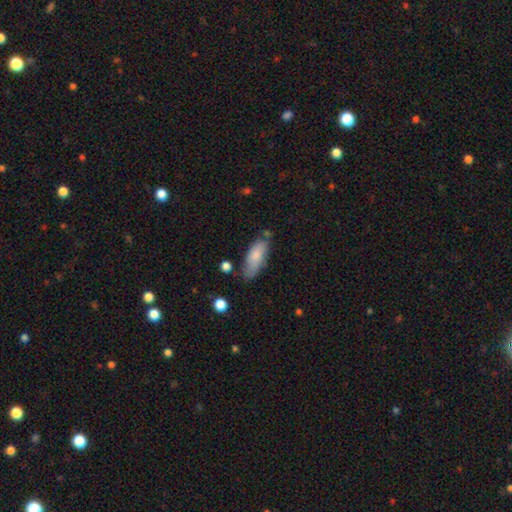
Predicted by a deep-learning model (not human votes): Smooth or featured? smooth (80%)
How rounded? in between (77%)
Merging? none (66%)